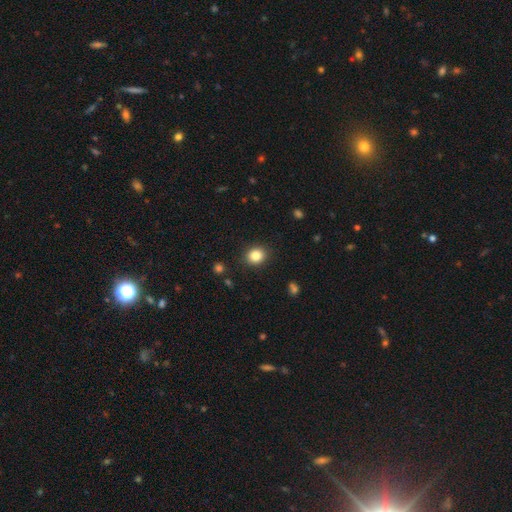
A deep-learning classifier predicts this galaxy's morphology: Smooth or featured?
  - smooth: 84% *
  - star or artifact: 10%
  - featured or disk: 5%
How rounded?
  - round: 70% *
  - in between: 29%
  - cigar-shaped: 1%
Merging?
  - none: 89% *
  - minor disturbance: 7%
  - major disturbance: 2%
  - merger: 1%